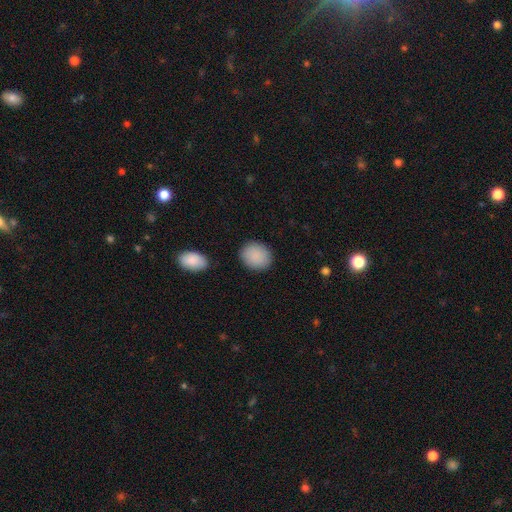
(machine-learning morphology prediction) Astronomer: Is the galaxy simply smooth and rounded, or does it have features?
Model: smooth — 90%.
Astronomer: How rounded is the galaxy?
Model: round — 69%.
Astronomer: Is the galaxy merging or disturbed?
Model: none — 87%.